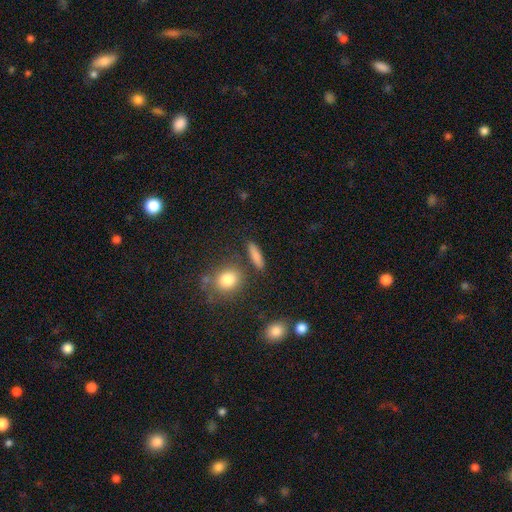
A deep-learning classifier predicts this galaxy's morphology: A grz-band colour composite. It shows a smooth galaxy with no disk features (80%) that is cigar-shaped (65%). Merging: none (83%).